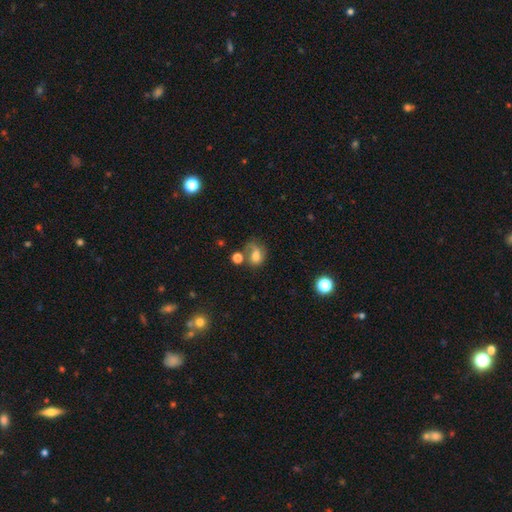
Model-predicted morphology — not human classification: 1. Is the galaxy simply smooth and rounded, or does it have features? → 57% smooth, 29% featured or disk, 15% star or artifact.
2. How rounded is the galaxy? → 57% in between, 42% round, 1% cigar-shaped.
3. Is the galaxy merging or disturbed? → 32% none, 27% major disturbance, 21% merger, 20% minor disturbance.